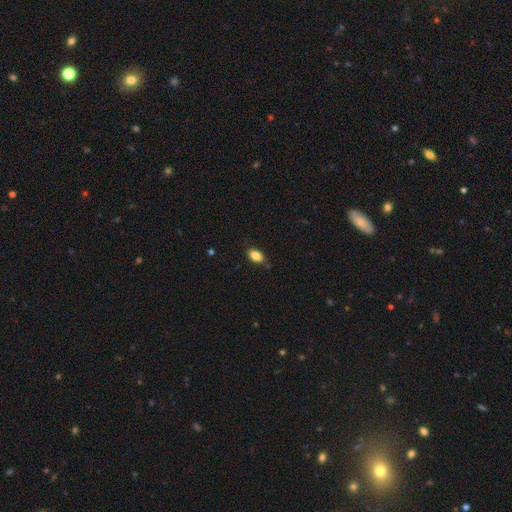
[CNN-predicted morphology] A smooth galaxy with no disk features (85%) that is in between round and cigar-shaped (90%).

Vote fractions:
- Smooth or featured? smooth: 85% / star or artifact: 9% / featured or disk: 6%
- How rounded? in between: 90% / round: 8% / cigar-shaped: 3%
- Merging? none: 81% / minor disturbance: 15% / major disturbance: 3% / merger: 2%